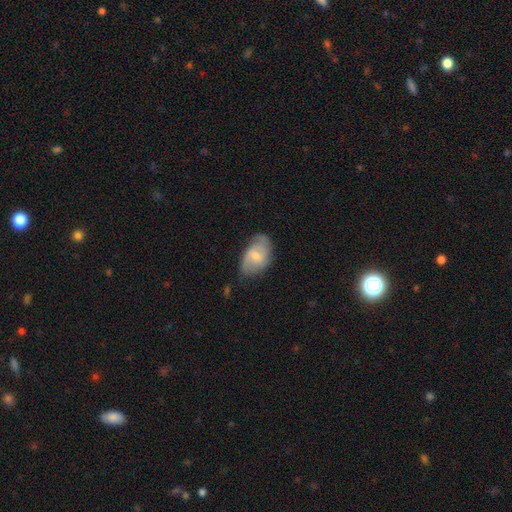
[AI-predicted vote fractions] smooth-or-featured: featured or disk: 53% | smooth: 41% | star or artifact: 6%
  disk-edge-on: no: 96% | yes: 4%
    bar: weak: 59% | no: 26% | strong: 15%
    has-spiral-arms: yes: 81% | no: 19%
    bulge-size: moderate: 45% | small: 41% | none: 9% | large: 4% | dominant: 1%
  merging: none: 63% | minor disturbance: 28% | major disturbance: 8% | merger: 2%